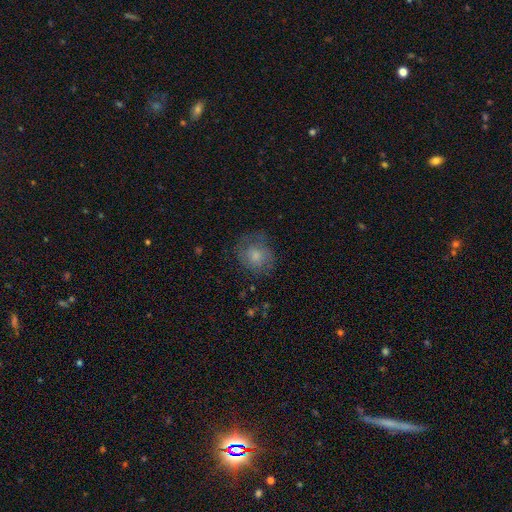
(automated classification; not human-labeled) This appears to be a smooth galaxy with no disk features (69%) that is round (74%). Merging: none (63%).